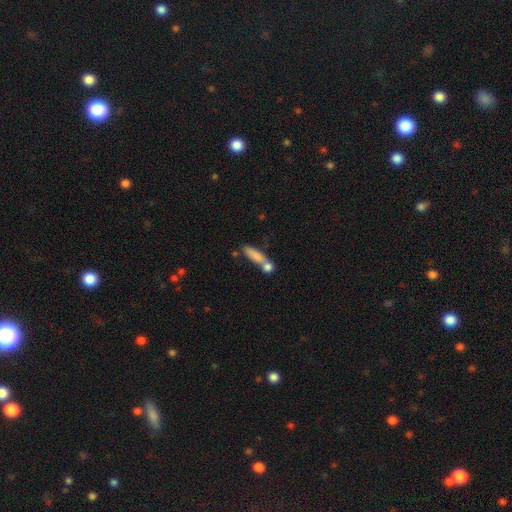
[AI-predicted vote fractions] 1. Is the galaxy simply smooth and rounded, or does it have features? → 79% smooth, 14% featured or disk, 8% star or artifact.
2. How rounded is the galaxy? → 58% cigar-shaped, 38% in between, 4% round.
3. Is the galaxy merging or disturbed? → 44% none, 38% merger, 13% minor disturbance, 5% major disturbance.